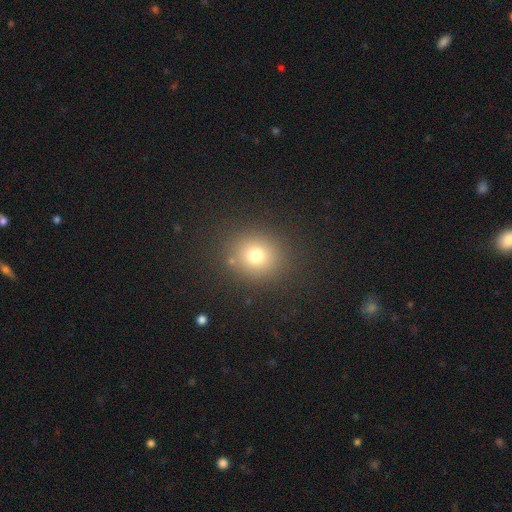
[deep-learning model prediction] Morphology: type=smooth (73%); roundness=round (82%); merging=none (86%).